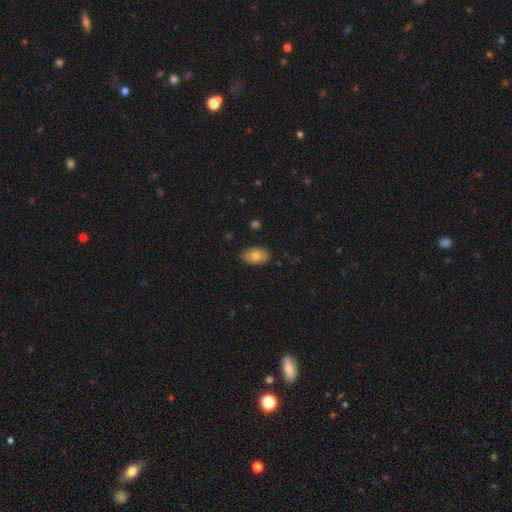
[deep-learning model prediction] smooth_or_featured: smooth (p=0.76) [alt: featured or disk p=0.17]
how_rounded: in between (p=0.90) [alt: round p=0.08]
merging: none (p=0.86) [alt: minor disturbance p=0.10]